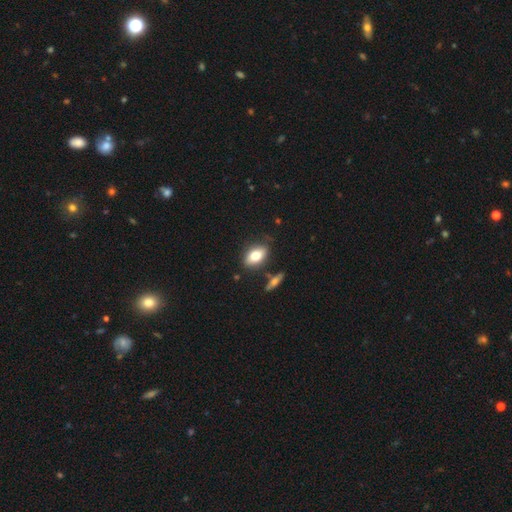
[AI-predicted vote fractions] smooth-or-featured: smooth: 75% | featured or disk: 18% | star or artifact: 7%
  how-rounded: in between: 87% | round: 9% | cigar-shaped: 4%
  merging: none: 77% | minor disturbance: 14% | merger: 6% | major disturbance: 3%